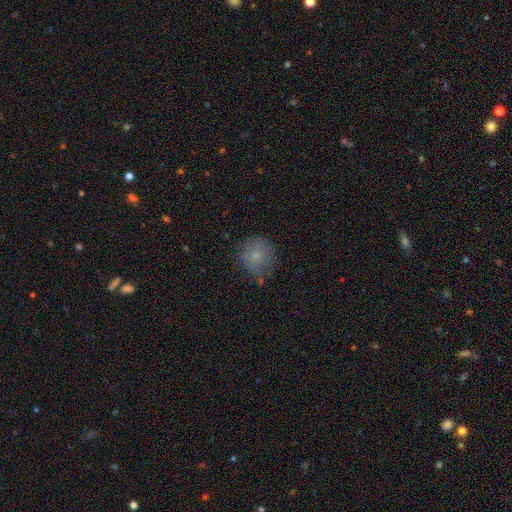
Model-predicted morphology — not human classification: Smooth or featured? Predicted: smooth (p=0.76). How rounded? Predicted: round (p=0.85). Merging? Predicted: none (p=0.71).